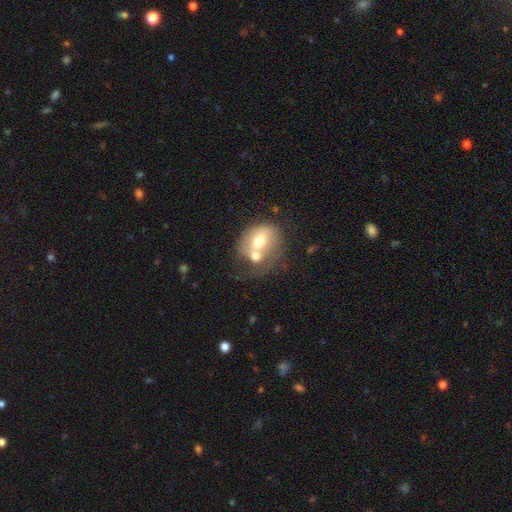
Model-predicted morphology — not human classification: Q: Smooth or featured?
A: smooth (57%); runner-up: featured or disk (36%)
Q: How rounded?
A: round (52%); runner-up: in between (47%)
Q: Merging?
A: merger (59%); runner-up: none (20%)